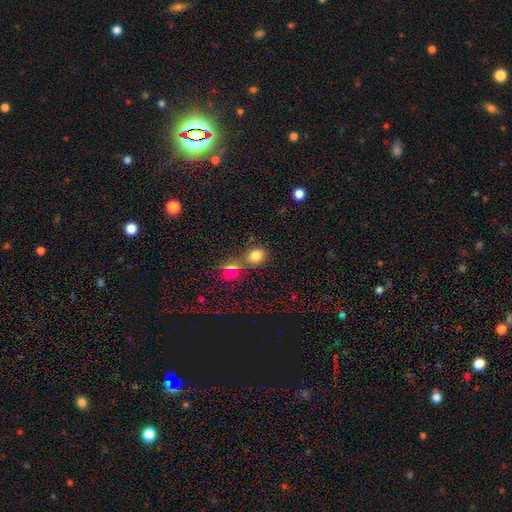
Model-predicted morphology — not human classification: The model was most divided on "merging": none: 70%, merger: 16%, minor disturbance: 10%, major disturbance: 4%. More confident: how rounded — round (79%); smooth or featured — smooth (78%).